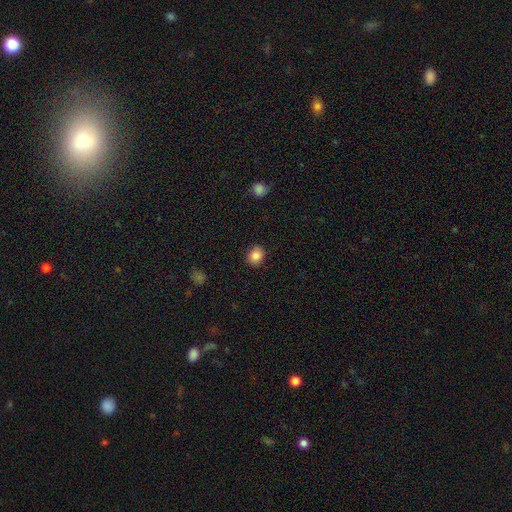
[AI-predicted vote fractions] Smooth or featured?
  - smooth: 86% *
  - star or artifact: 9%
  - featured or disk: 5%
How rounded?
  - round: 67% *
  - in between: 32%
  - cigar-shaped: 1%
Merging?
  - none: 88% *
  - minor disturbance: 8%
  - major disturbance: 2%
  - merger: 1%